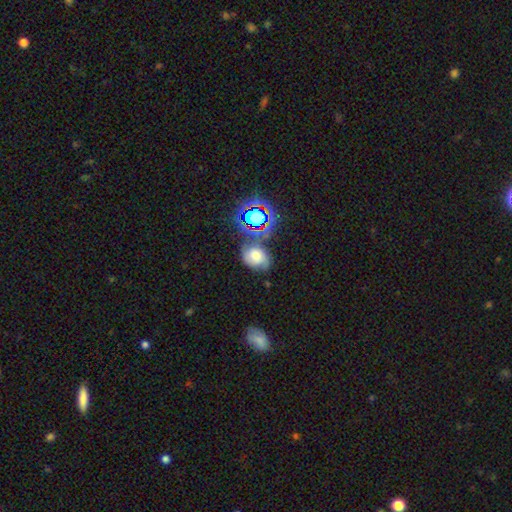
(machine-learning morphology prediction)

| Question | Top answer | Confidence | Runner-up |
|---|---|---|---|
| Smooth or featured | smooth | 44% | featured or disk (34%) |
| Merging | none | 46% | minor disturbance (28%) |